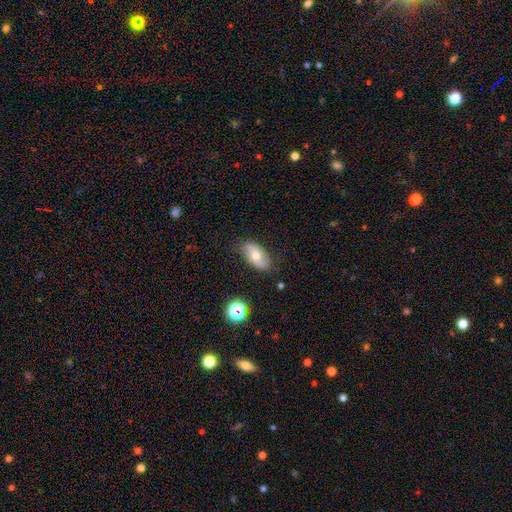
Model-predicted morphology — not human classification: Smooth or featured? Predicted: smooth (p=0.54). How rounded? Predicted: in between (p=0.91). Merging? Predicted: none (p=0.80).